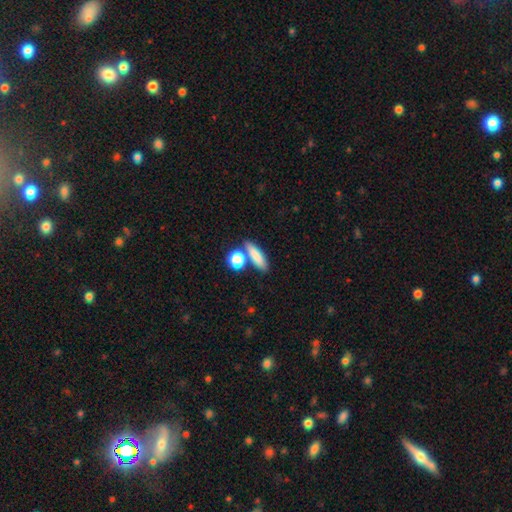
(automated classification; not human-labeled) Q: Smooth or featured?
A: smooth (82%); runner-up: featured or disk (10%)
Q: How rounded?
A: cigar-shaped (43%); runner-up: in between (42%)
Q: Merging?
A: none (66%); runner-up: merger (18%)